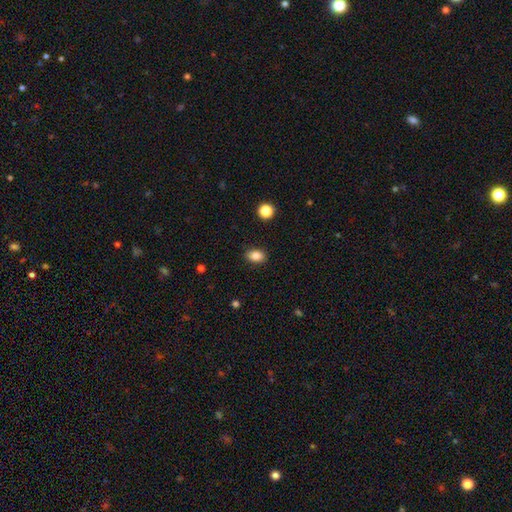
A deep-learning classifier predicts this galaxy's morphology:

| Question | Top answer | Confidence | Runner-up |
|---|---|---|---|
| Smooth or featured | smooth | 86% | star or artifact (10%) |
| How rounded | in between | 80% | round (19%) |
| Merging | none | 88% | minor disturbance (9%) |